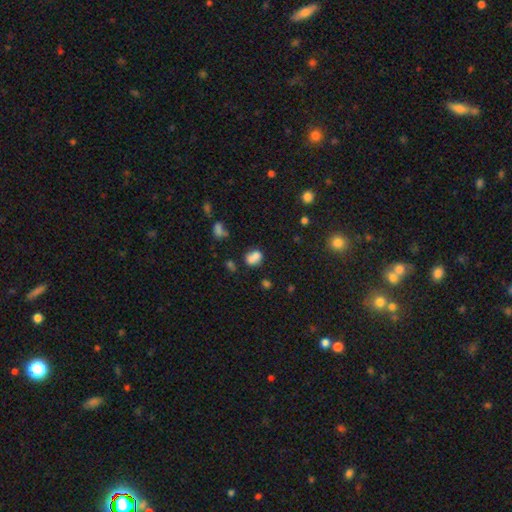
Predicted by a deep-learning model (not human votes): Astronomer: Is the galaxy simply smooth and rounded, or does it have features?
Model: smooth — 73%.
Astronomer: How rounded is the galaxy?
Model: in between — 50% (runner-up: round, 49%).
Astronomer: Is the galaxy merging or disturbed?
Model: merger — 49% (runner-up: none, 33%).